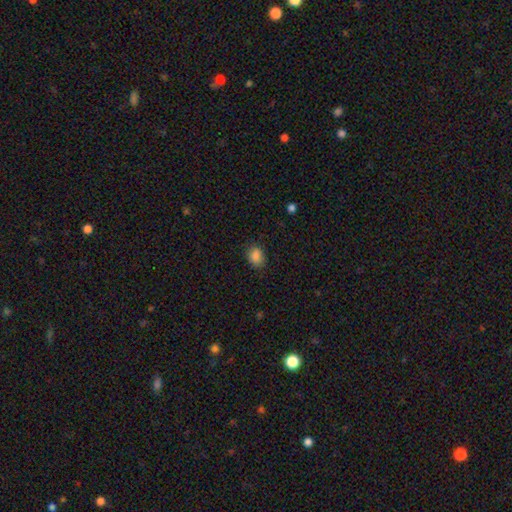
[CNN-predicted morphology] The model was most divided on "how rounded": in between: 66%, round: 33%, cigar-shaped: 1%. More confident: smooth or featured — smooth (87%); merging — none (84%).